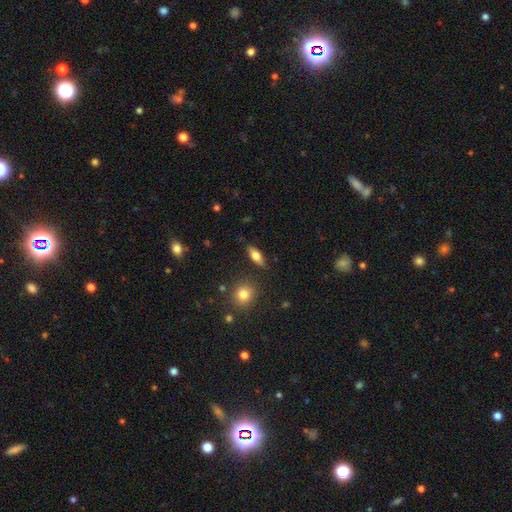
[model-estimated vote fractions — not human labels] Smooth or featured? smooth (64%)
How rounded? in between (70%)
Merging? none (85%)